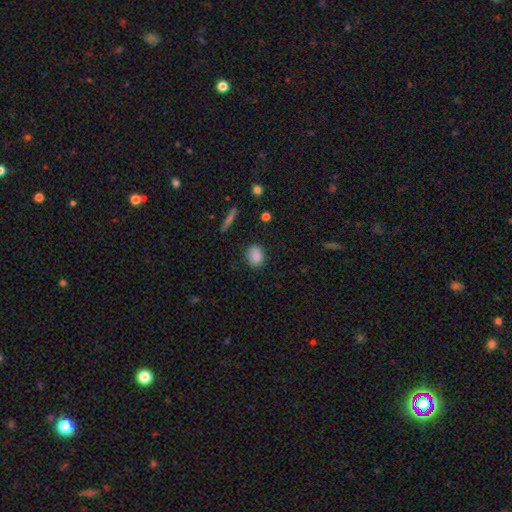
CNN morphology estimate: A smooth galaxy with no disk features (87%) that is in between round and cigar-shaped (61%). Merging: none (85%).